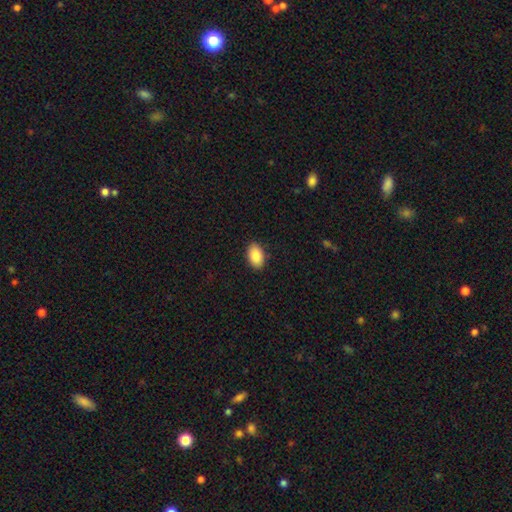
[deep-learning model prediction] Q: Smooth or featured?
A: smooth (88%); runner-up: star or artifact (7%)
Q: How rounded?
A: in between (92%); runner-up: round (6%)
Q: Merging?
A: none (89%); runner-up: minor disturbance (8%)